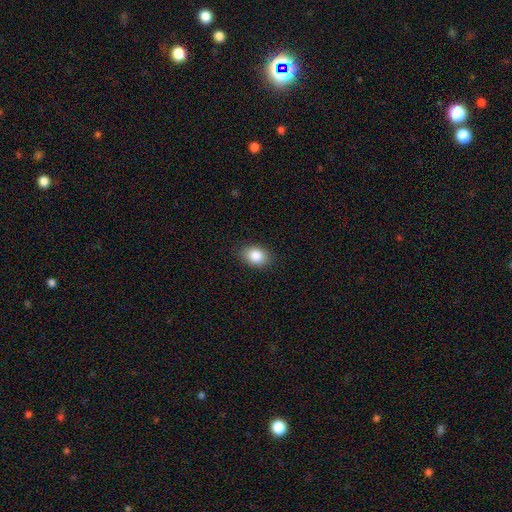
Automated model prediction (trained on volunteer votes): smooth-or-featured: smooth: 86% | star or artifact: 8% | featured or disk: 6%
  how-rounded: in between: 75% | round: 24% | cigar-shaped: 1%
  merging: none: 87% | minor disturbance: 10% | major disturbance: 2% | merger: 1%